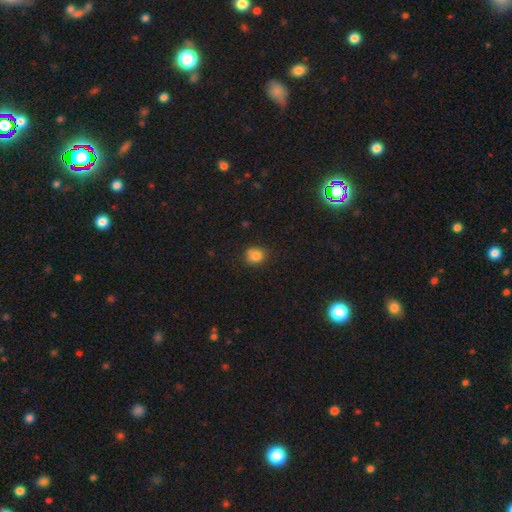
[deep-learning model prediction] This appears to be a smooth galaxy with no disk features (83%) that is round (77%). Merging: none (77%).